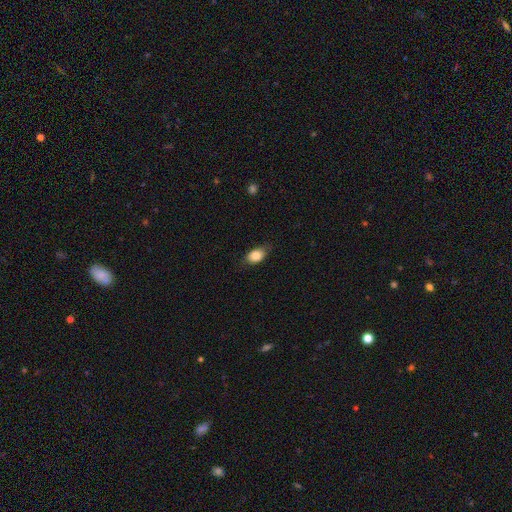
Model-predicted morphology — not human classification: This appears to be a smooth galaxy with no disk features (83%) that is in between round and cigar-shaped (84%). Merging: none (76%).